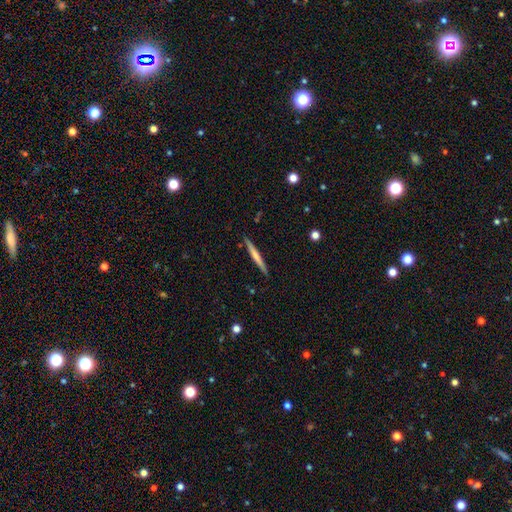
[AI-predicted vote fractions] Morphology: type=smooth (55%); roundness=cigar-shaped (96%); merging=none (90%).